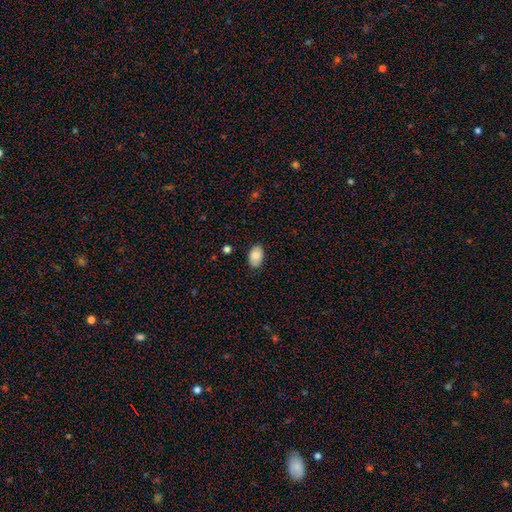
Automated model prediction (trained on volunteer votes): smooth 86%, featured or disk 7%, star or artifact 7%. Down the decision tree: how rounded — in between (90%); merging — none (82%).